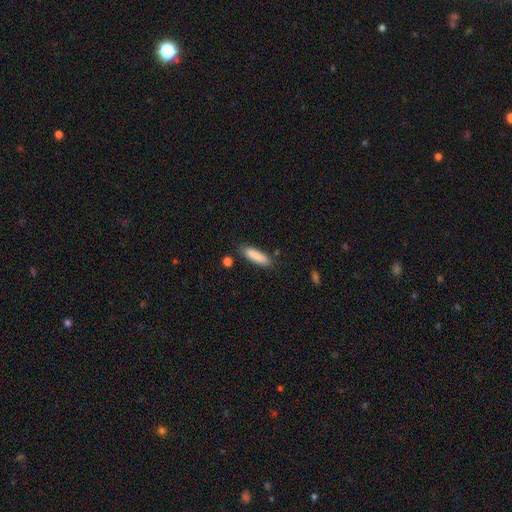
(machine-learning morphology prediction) smooth_or_featured: smooth (p=0.87) [alt: featured or disk p=0.07]
how_rounded: cigar-shaped (p=0.65) [alt: in between p=0.33]
merging: none (p=0.83) [alt: minor disturbance p=0.11]